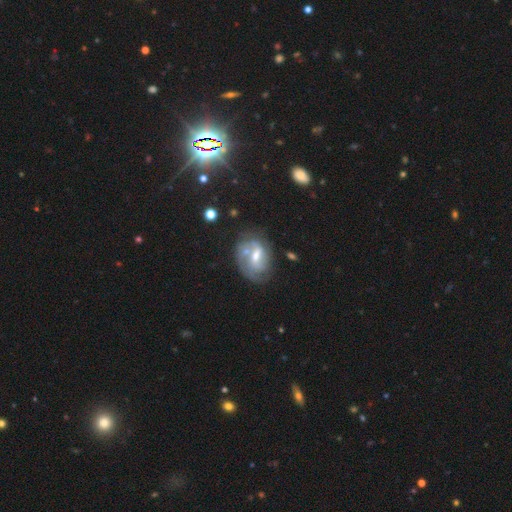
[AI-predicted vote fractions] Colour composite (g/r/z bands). It shows a featured or disk galaxy (68%) with a weak bar (51%), spiral arms (74%) and a moderate central bulge (57%). Merging: none (50%).